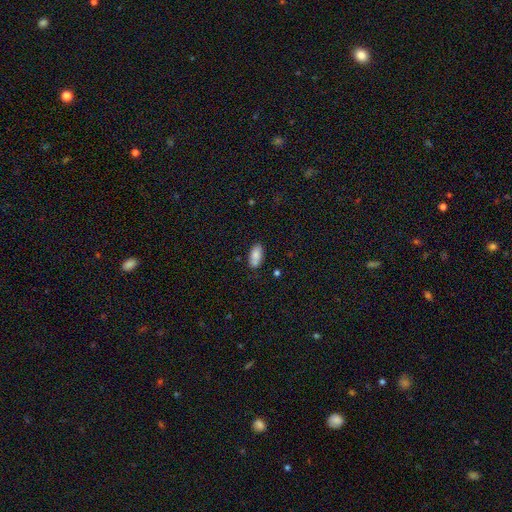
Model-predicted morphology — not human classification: Overall: smooth (81%). How rounded: in between (92%). Merging: none (75%).